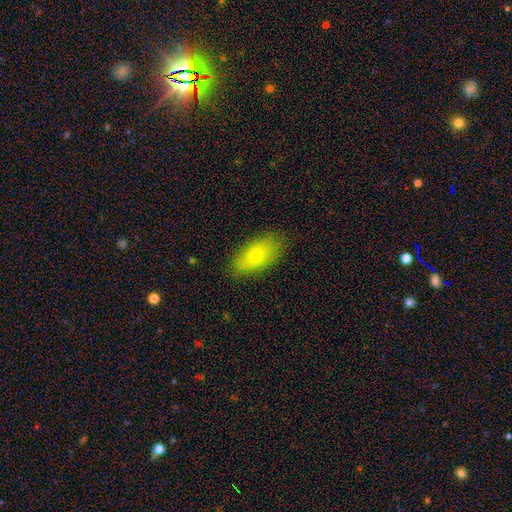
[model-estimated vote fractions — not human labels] Smooth or featured? smooth (77%)
How rounded? in between (90%)
Merging? none (81%)